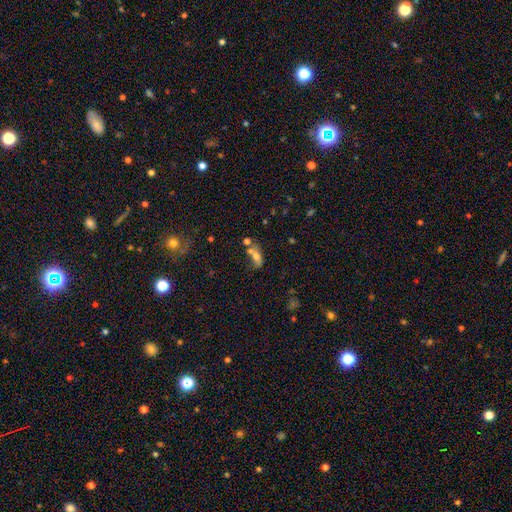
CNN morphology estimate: smooth 61%, featured or disk 26%, star or artifact 13%. Down the decision tree: how rounded — in between (74%); merging — none (35%, tied with merger).